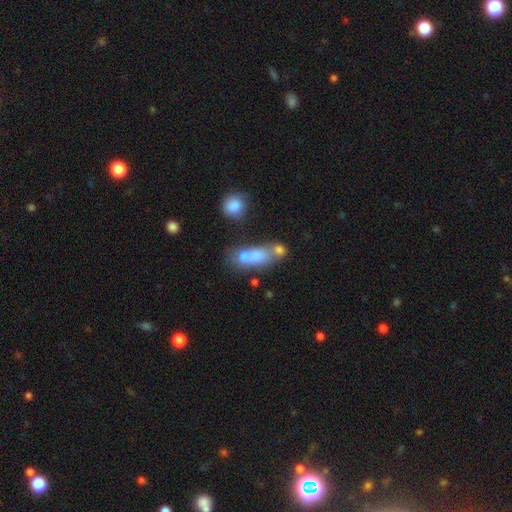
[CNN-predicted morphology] Q: Smooth or featured?
A: smooth (61%); runner-up: featured or disk (26%)
Q: How rounded?
A: in between (62%); runner-up: round (21%)
Q: Merging?
A: merger (50%); runner-up: none (28%)